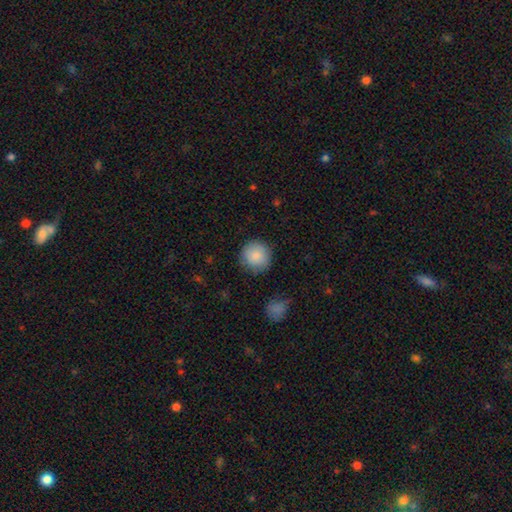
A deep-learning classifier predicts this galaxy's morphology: Smooth or featured?
  - smooth: 86% *
  - star or artifact: 8%
  - featured or disk: 6%
How rounded?
  - round: 94% *
  - in between: 5%
  - cigar-shaped: 1%
Merging?
  - none: 86% *
  - minor disturbance: 10%
  - major disturbance: 3%
  - merger: 2%